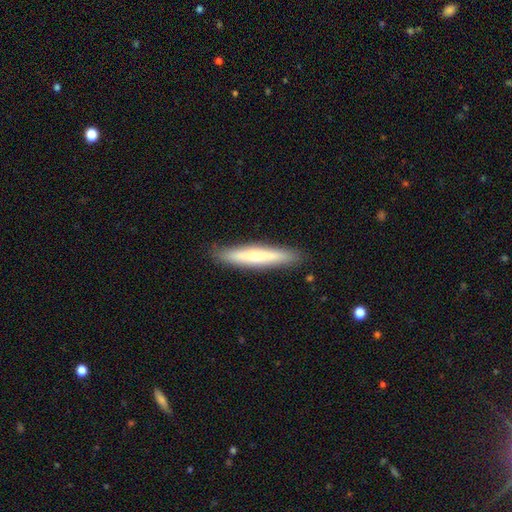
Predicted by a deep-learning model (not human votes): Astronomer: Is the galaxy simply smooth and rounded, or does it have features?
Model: smooth — 65%.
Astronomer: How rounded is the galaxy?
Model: cigar-shaped — 93%.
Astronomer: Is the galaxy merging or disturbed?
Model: none — 89%.